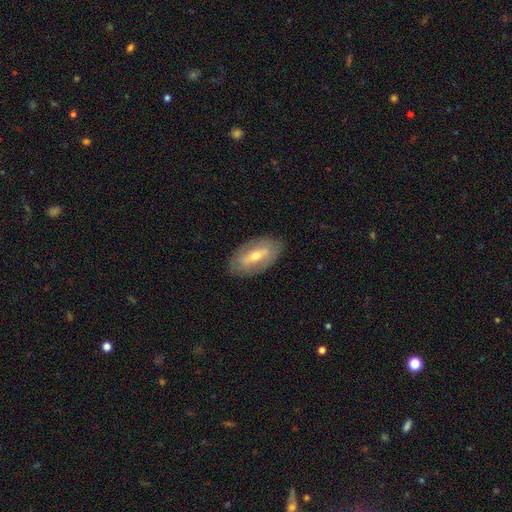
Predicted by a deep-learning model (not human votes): Overall: featured or disk (54%; smooth 39%). Edge-on disk: no (82%). Merging: none (84%).